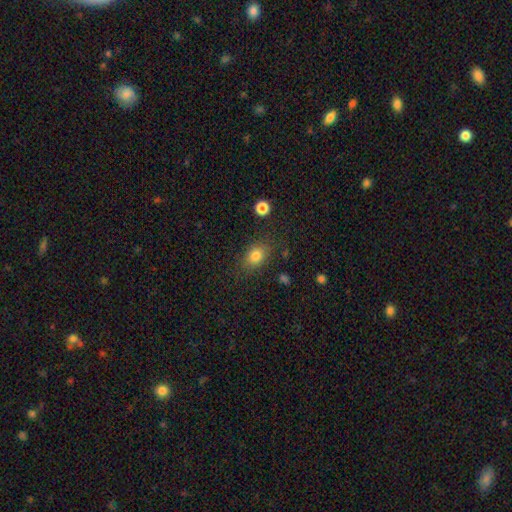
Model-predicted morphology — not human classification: smooth-or-featured: smooth: 81% | star or artifact: 11% | featured or disk: 8%
  how-rounded: in between: 64% | round: 34% | cigar-shaped: 2%
  merging: none: 79% | minor disturbance: 14% | major disturbance: 5% | merger: 2%